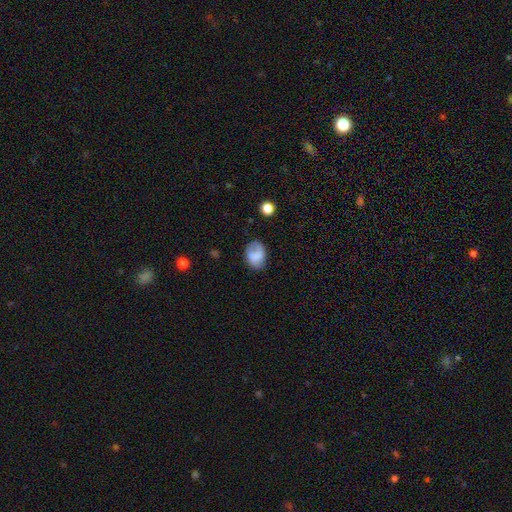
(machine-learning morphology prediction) This is likely a smooth galaxy (73%). How rounded: likely in between (71%). Merging: possibly none (60%).